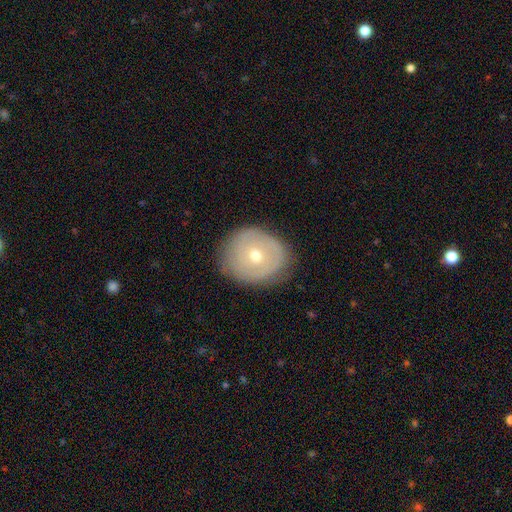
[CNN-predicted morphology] A featured or disk galaxy (46%).

Vote fractions:
- Smooth or featured? featured or disk: 46% / smooth: 45% / star or artifact: 8%
- Merging? none: 76% / minor disturbance: 17% / major disturbance: 5% / merger: 1%